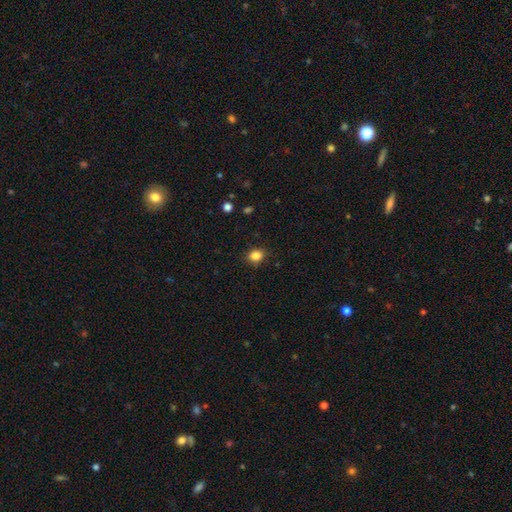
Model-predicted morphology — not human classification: Smooth or featured? Predicted: smooth (p=0.85). How rounded? Predicted: round (p=0.57). Merging? Predicted: none (p=0.85).